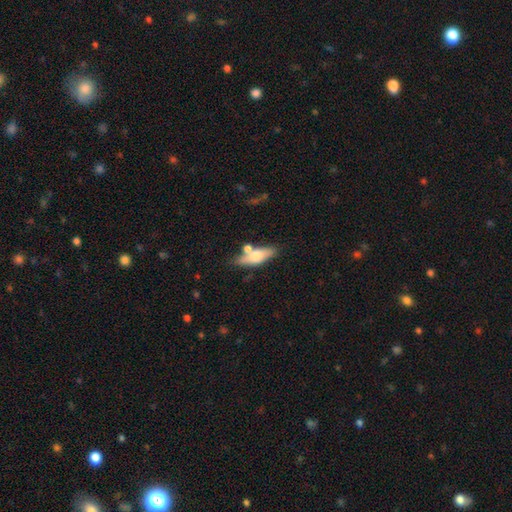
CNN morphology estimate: Smooth or featured: smooth — 57% (featured or disk — 36%)
How rounded: in between — 53% (cigar-shaped — 43%)
Merging: none — 60% (merger — 18%)